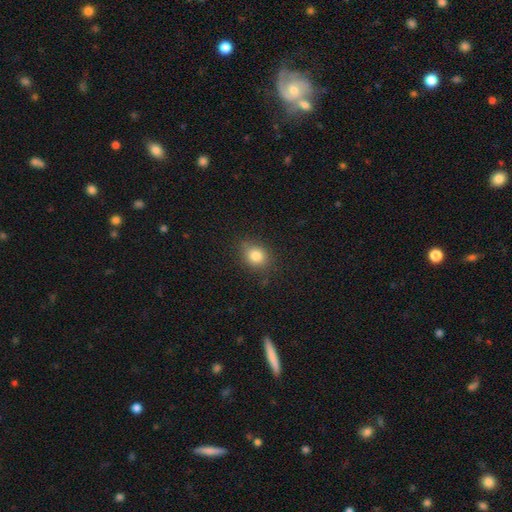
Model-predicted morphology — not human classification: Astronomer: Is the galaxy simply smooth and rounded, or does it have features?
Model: smooth — 82%.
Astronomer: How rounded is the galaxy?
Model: round — 62% (runner-up: in between, 37%).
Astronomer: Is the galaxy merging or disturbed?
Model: none — 77%.